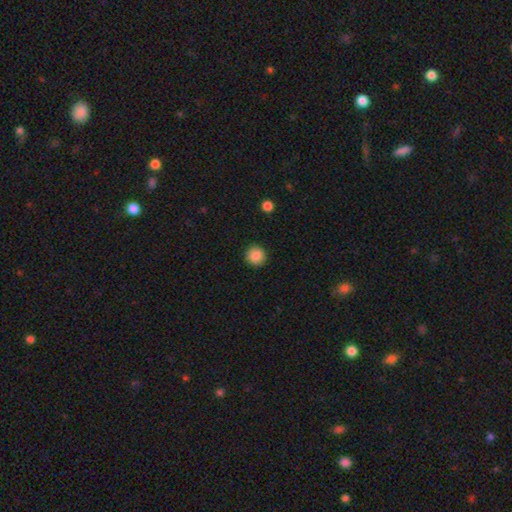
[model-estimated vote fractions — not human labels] A smooth galaxy with no disk features (87%) that is round (94%).

Vote fractions:
- Smooth or featured? smooth: 87% / star or artifact: 9% / featured or disk: 4%
- How rounded? round: 94% / in between: 5% / cigar-shaped: 1%
- Merging? none: 92% / minor disturbance: 5% / major disturbance: 2% / merger: 1%